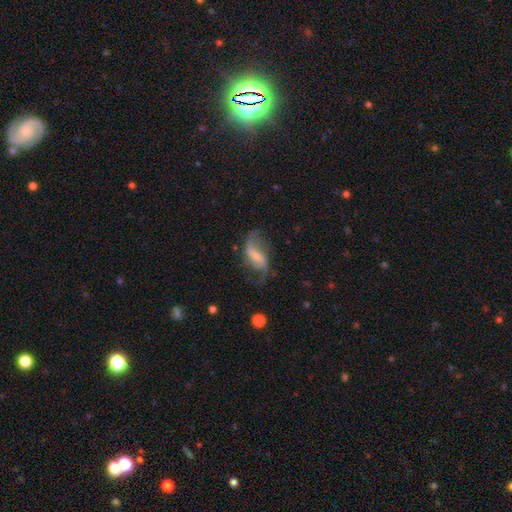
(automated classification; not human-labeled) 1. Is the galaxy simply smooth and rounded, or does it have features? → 76% featured or disk, 17% smooth, 7% star or artifact.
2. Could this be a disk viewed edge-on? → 96% no, 4% yes.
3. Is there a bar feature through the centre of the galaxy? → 46% weak, 28% no, 27% strong.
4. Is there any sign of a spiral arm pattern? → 92% yes, 8% no.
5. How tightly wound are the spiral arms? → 78% loose, 18% medium, 4% tight.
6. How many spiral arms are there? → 89% 2, 4% 1, 3% can't tell, 1% 3, 1% 4, 1% more than 4.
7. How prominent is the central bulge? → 41% small, 25% none, 25% moderate, 7% large, 2% dominant.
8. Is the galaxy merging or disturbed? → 56% none, 21% minor disturbance, 21% major disturbance, 3% merger.